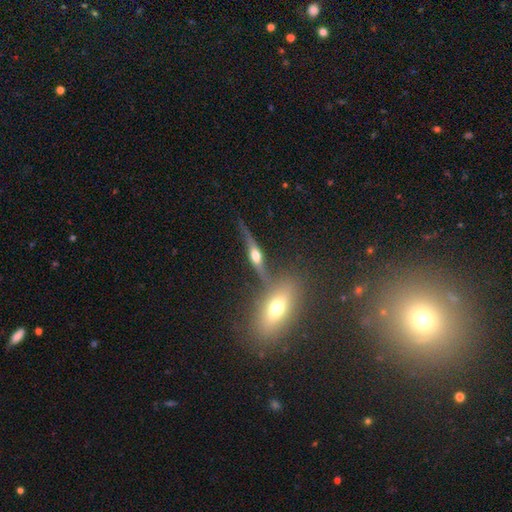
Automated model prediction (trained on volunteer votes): Morphology: type=featured or disk (71%); edge-on=yes (73%); edge-on bulge=rounded (92%); merging=none (53%).